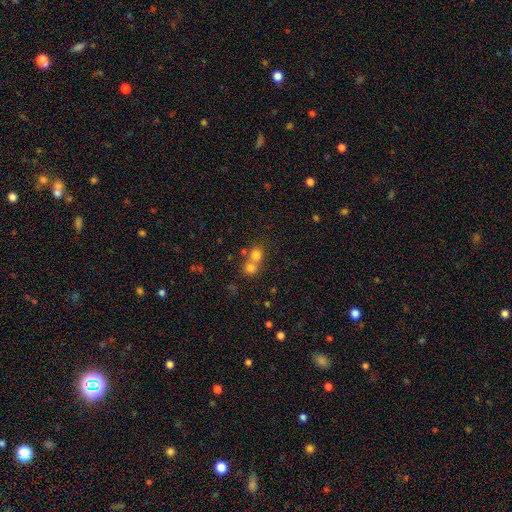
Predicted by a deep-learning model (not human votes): Smooth or featured? Predicted: smooth (p=0.75). How rounded? Predicted: round (p=0.79). Merging? Predicted: merger (p=0.53).